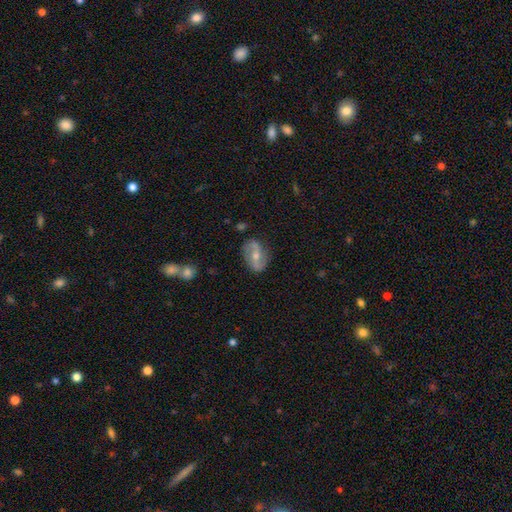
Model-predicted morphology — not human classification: Smooth or featured: featured or disk — 64% (smooth — 30%)
Edge-on disk: no — 94% (yes — 6%)
Bar: strong — 39% (weak — 35%)
Spiral arms: yes — 75% (no — 25%)
Bulge size: moderate — 60% (small — 35%)
Merging: none — 78% (minor disturbance — 15%)